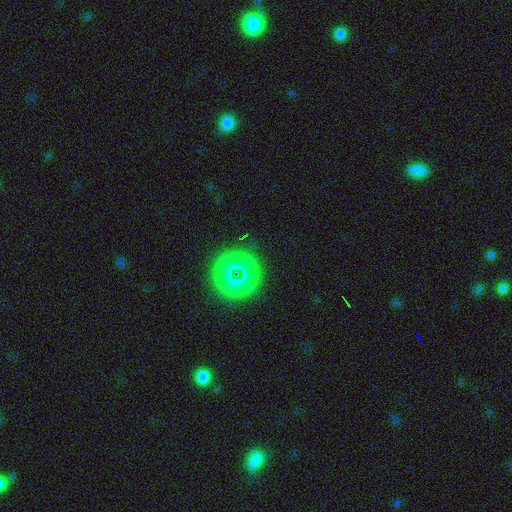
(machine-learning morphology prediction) Smooth or featured: star or artifact — 73% (smooth — 18%)